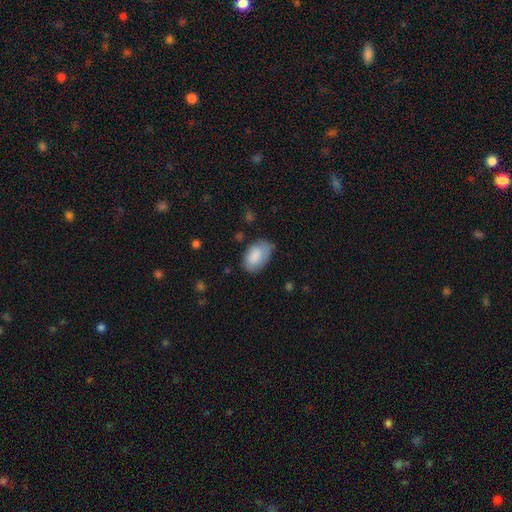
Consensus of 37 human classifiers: A smooth galaxy with no disk features (81%) that is in between round and cigar-shaped (87%). Merging: none (72%).